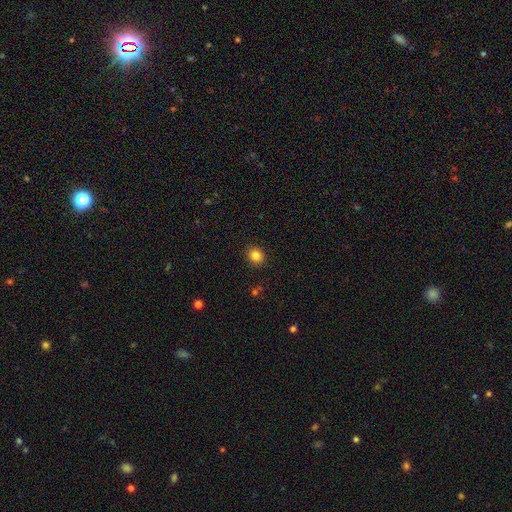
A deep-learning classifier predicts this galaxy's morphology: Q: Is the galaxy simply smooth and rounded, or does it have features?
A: smooth — 83%.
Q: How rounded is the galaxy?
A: round — 80%.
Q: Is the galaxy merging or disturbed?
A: none — 91%.